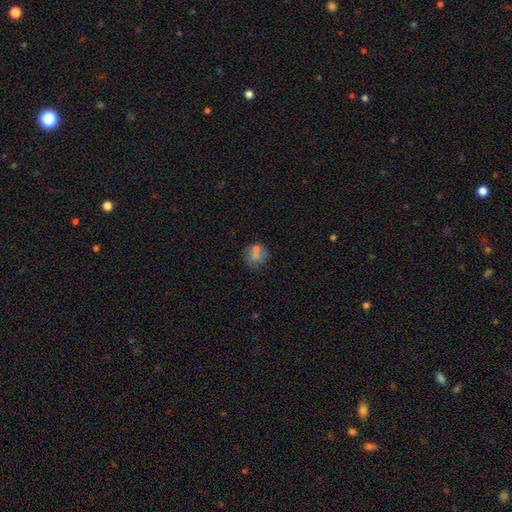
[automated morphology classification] smooth 60%, featured or disk 21%, star or artifact 19%. Down the decision tree: how rounded — round (85%); merging — none (65%).